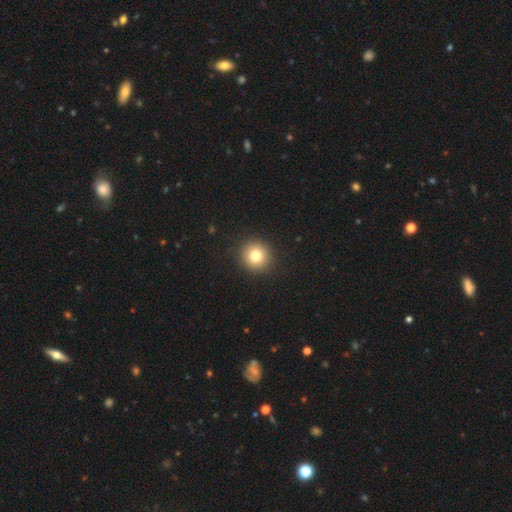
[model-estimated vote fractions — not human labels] Smooth or featured?
  - smooth: 79% *
  - star or artifact: 11%
  - featured or disk: 9%
How rounded?
  - round: 93% *
  - in between: 6%
  - cigar-shaped: 1%
Merging?
  - none: 92% *
  - minor disturbance: 5%
  - major disturbance: 2%
  - merger: 1%